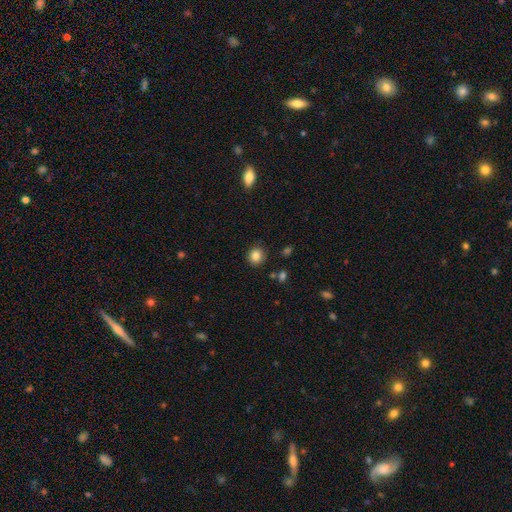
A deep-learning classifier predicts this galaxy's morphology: Smooth or featured? Predicted: smooth (p=0.84). How rounded? Predicted: round (p=0.88). Merging? Predicted: none (p=0.88).